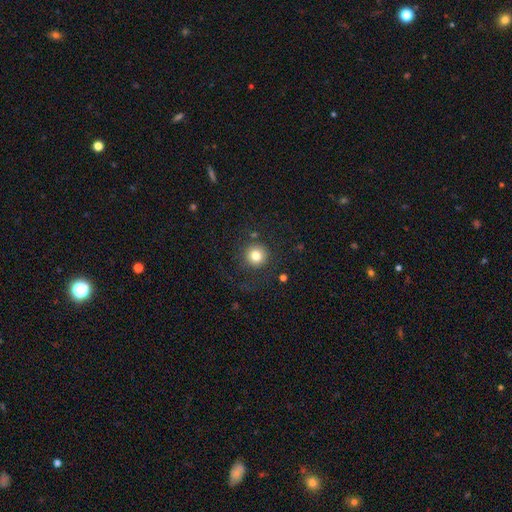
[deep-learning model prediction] Q: Smooth or featured?
A: smooth (80%); runner-up: star or artifact (12%)
Q: How rounded?
A: round (95%); runner-up: in between (4%)
Q: Merging?
A: none (85%); runner-up: minor disturbance (8%)